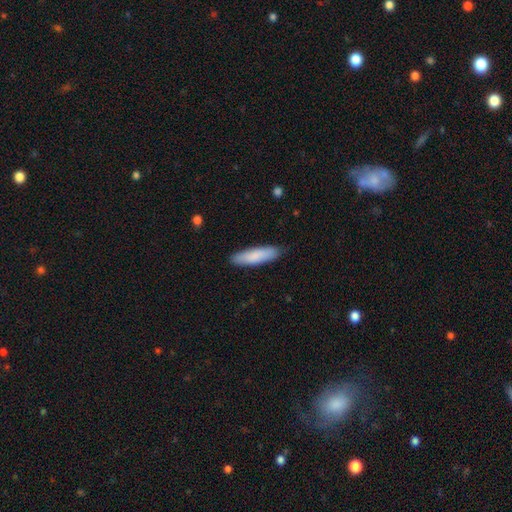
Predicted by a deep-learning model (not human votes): Smooth or featured? smooth (84%)
How rounded? cigar-shaped (71%)
Merging? none (87%)